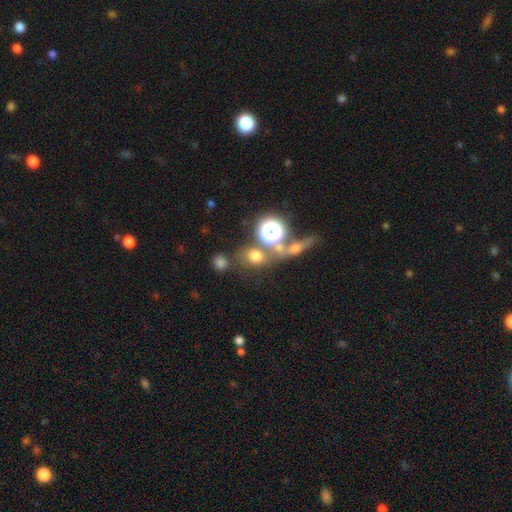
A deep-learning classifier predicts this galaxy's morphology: Smooth or featured: smooth — 67% (star or artifact — 20%)
How rounded: round — 65% (in between — 33%)
Merging: none — 54% (merger — 27%)